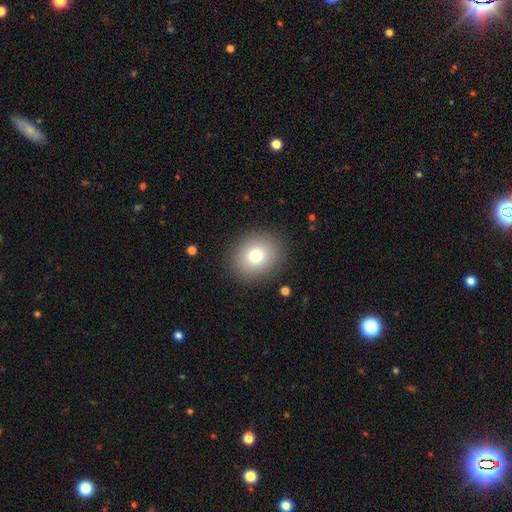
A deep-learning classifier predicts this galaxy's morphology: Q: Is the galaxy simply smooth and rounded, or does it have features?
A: smooth — 78%.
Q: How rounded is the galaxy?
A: round — 71%.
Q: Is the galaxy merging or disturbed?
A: none — 89%.